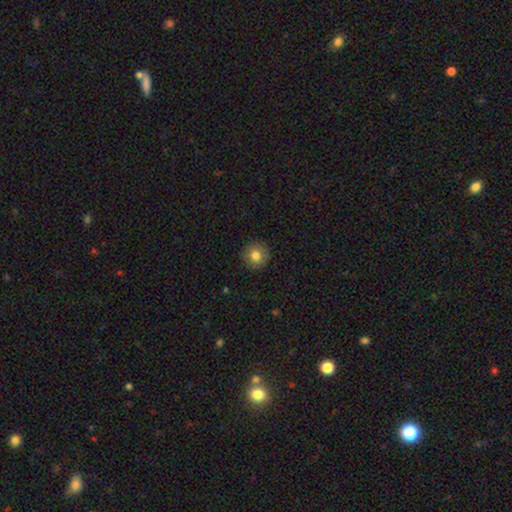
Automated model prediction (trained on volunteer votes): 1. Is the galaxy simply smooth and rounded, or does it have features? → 81% smooth, 10% star or artifact, 9% featured or disk.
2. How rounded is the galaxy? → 94% round, 5% in between, 1% cigar-shaped.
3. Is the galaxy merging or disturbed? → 91% none, 6% minor disturbance, 2% major disturbance, 1% merger.